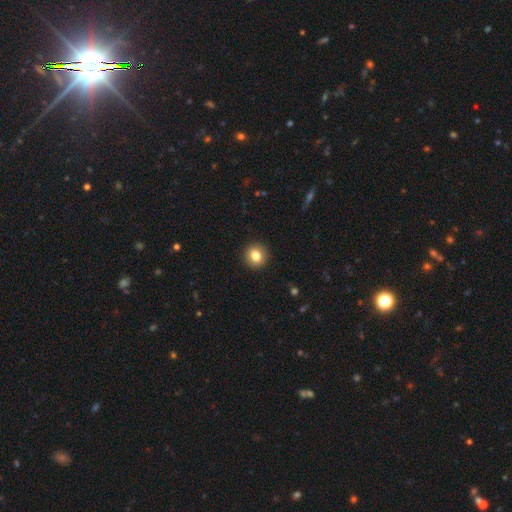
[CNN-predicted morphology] Smooth or featured? Predicted: smooth (p=0.82). How rounded? Predicted: round (p=0.90). Merging? Predicted: none (p=0.92).